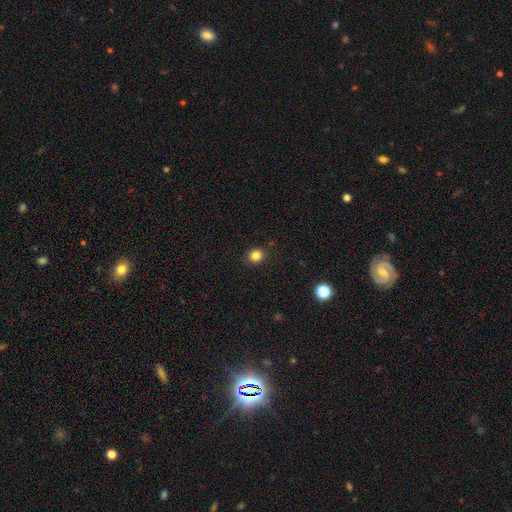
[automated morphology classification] A smooth galaxy with no disk features (83%) that is round (83%). Merging: none (90%).